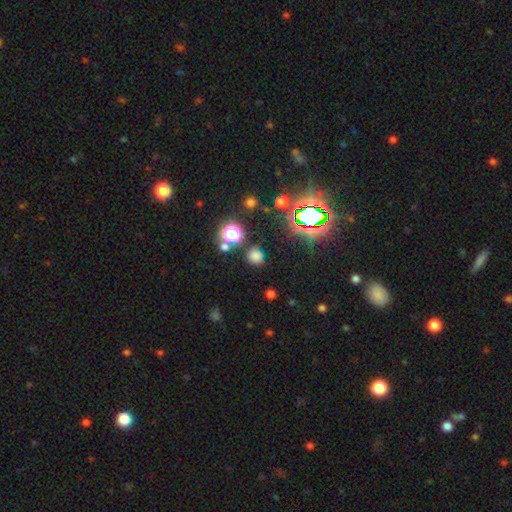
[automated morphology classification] Overall: smooth (68%). How rounded: round (88%). Merging: none (82%).